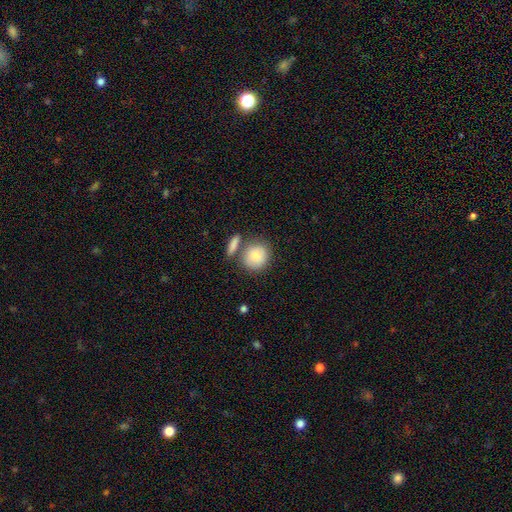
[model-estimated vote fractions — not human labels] Smooth or featured? Predicted: smooth (p=0.83). How rounded? Predicted: round (p=0.78). Merging? Predicted: none (p=0.57).